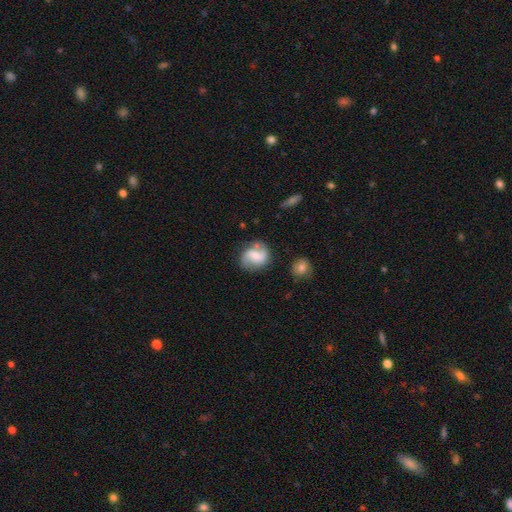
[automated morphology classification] Smooth or featured: featured or disk — 66% (smooth — 27%)
Edge-on disk: no — 97% (yes — 3%)
Bar: weak — 47% (no — 35%)
Spiral arms: yes — 91% (no — 9%)
Spiral winding: loose — 48% (medium — 39%)
Spiral arm count: 2 — 87% (can't tell — 5%)
Bulge size: small — 38% (moderate — 36%)
Merging: none — 71% (minor disturbance — 17%)